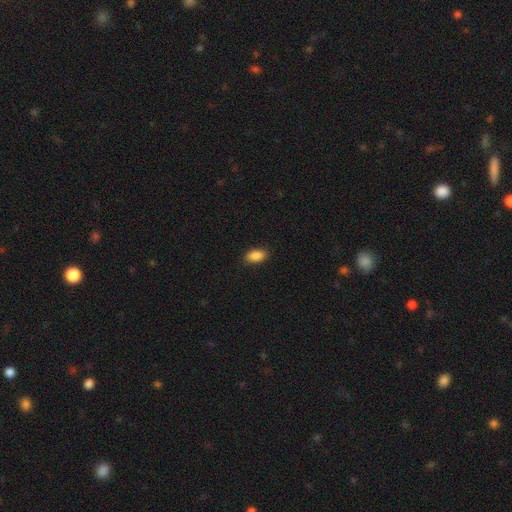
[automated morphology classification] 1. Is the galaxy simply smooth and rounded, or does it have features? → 89% smooth, 7% star or artifact, 4% featured or disk.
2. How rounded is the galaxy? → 91% in between, 6% round, 3% cigar-shaped.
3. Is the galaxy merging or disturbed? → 88% none, 9% minor disturbance, 2% major disturbance, 1% merger.